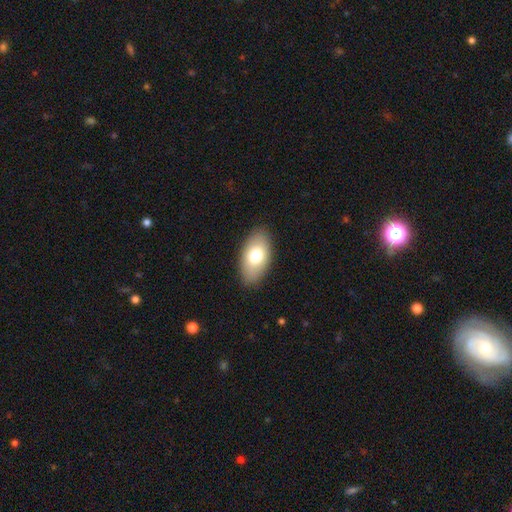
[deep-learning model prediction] The model was most divided on "smooth or featured": smooth: 74%, featured or disk: 19%, star or artifact: 7%. More confident: how rounded — in between (94%); merging — none (86%).